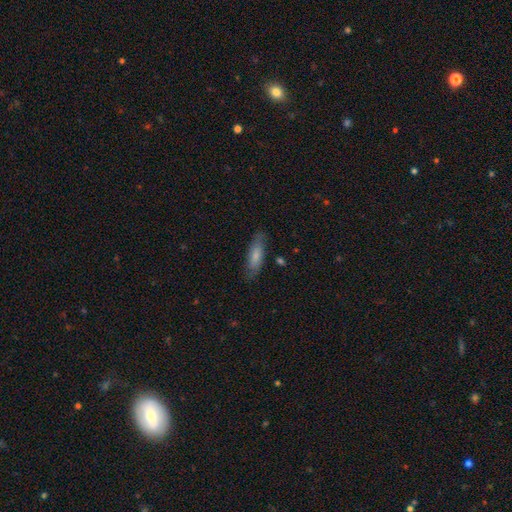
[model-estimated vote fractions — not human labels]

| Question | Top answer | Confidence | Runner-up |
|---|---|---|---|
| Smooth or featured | smooth | 73% | featured or disk (21%) |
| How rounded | in between | 54% | cigar-shaped (44%) |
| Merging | none | 79% | minor disturbance (16%) |